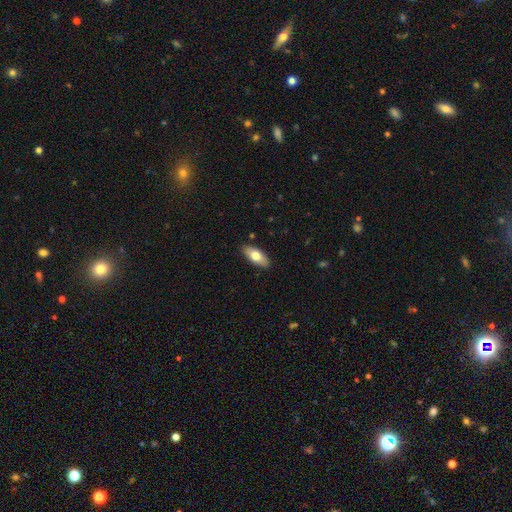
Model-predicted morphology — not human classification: Overall: smooth (72%). How rounded: in between (83%). Merging: none (88%).